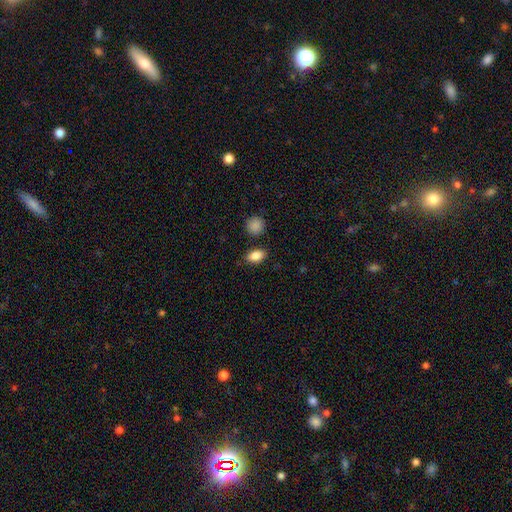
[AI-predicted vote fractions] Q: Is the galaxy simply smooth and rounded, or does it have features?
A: smooth — 86%.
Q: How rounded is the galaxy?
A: in between — 85%.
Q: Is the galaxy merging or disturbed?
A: none — 83%.